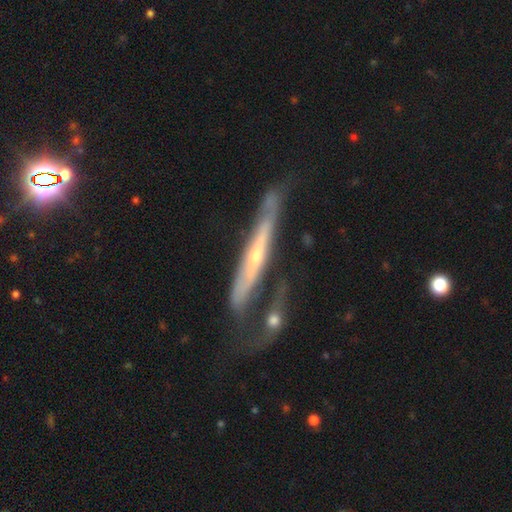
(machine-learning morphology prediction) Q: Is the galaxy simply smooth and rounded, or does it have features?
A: featured or disk — 73%.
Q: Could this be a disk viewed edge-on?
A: yes — 79%.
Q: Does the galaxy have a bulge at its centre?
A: rounded — 61%.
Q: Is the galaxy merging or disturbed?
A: none — 43%.